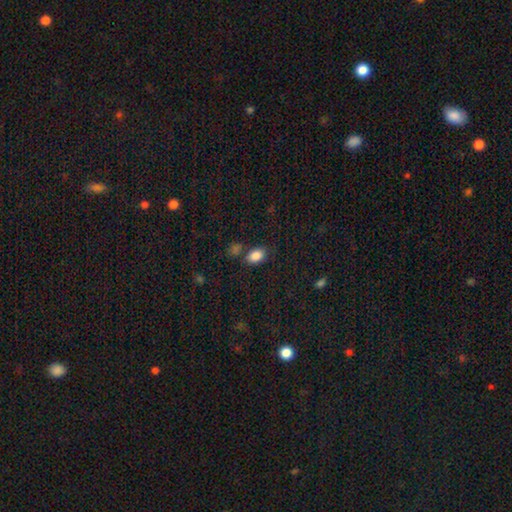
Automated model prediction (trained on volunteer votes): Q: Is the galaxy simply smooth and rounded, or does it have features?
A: smooth — 86%.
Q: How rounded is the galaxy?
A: in between — 82%.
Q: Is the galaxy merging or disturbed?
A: none — 69%.